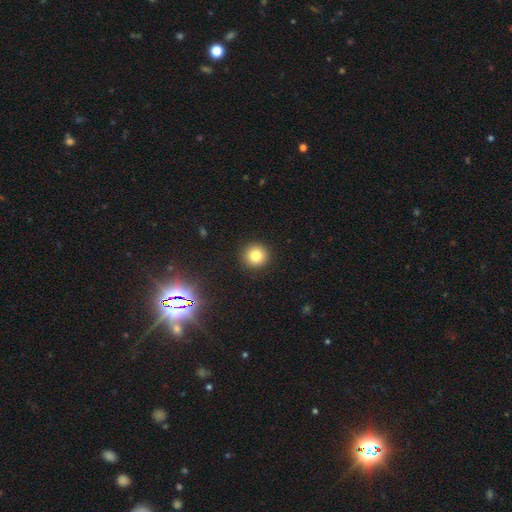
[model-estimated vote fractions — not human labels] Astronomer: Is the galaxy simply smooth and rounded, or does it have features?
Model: smooth — 82%.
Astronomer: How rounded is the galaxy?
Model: round — 94%.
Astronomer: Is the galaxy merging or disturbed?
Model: none — 92%.